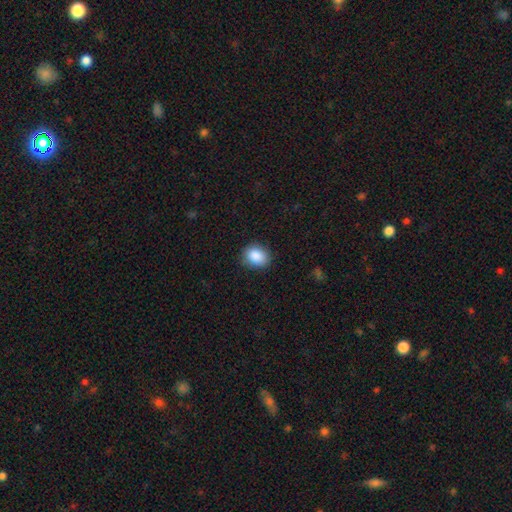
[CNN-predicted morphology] This is clearly a smooth galaxy (88%). How rounded: possibly in between (56%). Merging: clearly none (84%).